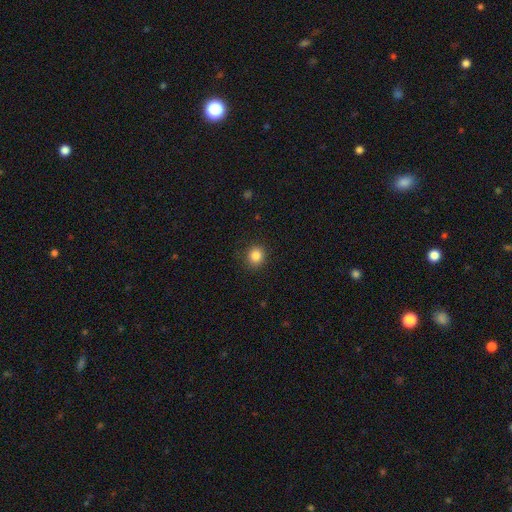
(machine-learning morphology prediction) Q: Smooth or featured?
A: smooth (86%); runner-up: star or artifact (11%)
Q: How rounded?
A: round (87%); runner-up: in between (12%)
Q: Merging?
A: none (90%); runner-up: minor disturbance (7%)